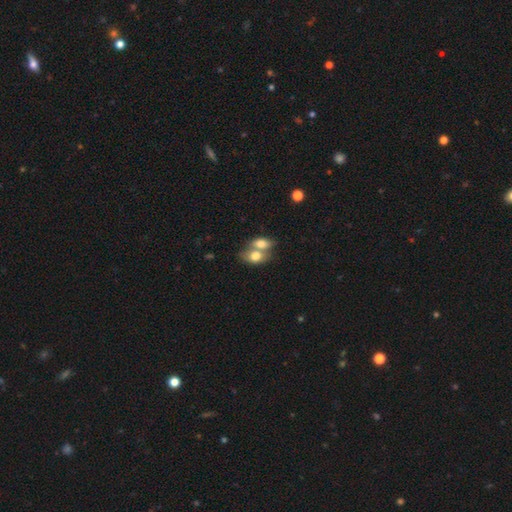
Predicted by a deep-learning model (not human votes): A smooth galaxy with no disk features (75%) that is in between round and cigar-shaped (77%).

Vote fractions:
- Smooth or featured? smooth: 75% / featured or disk: 18% / star or artifact: 7%
- How rounded? in between: 77% / round: 21% / cigar-shaped: 2%
- Merging? merger: 71% / none: 19% / minor disturbance: 7% / major disturbance: 3%